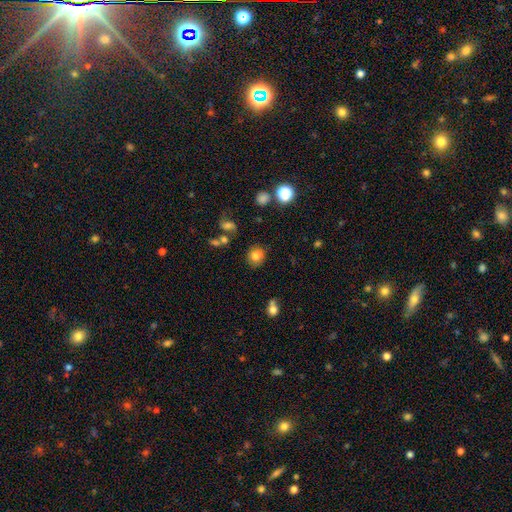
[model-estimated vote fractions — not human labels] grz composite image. It shows a smooth galaxy with no disk features (79%) that is round (79%). Merging: none (80%).